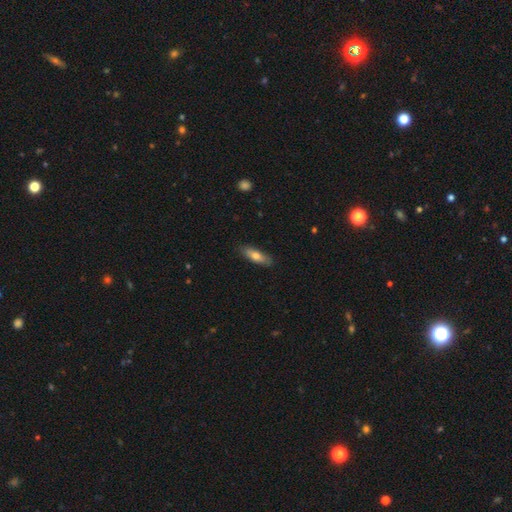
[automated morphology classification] Smooth or featured? smooth (70%)
How rounded? in between (51%)
Merging? none (85%)